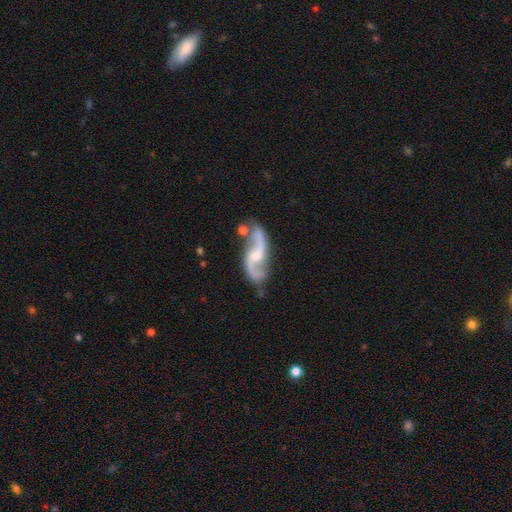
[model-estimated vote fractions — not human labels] Smooth or featured? featured or disk (91%)
Edge-on disk? no (96%)
Bar? no (47%)
Spiral arms? yes (97%)
Spiral winding? loose (69%)
Spiral arm count? 2 (94%)
Bulge size? small (48%)
Merging? none (67%)